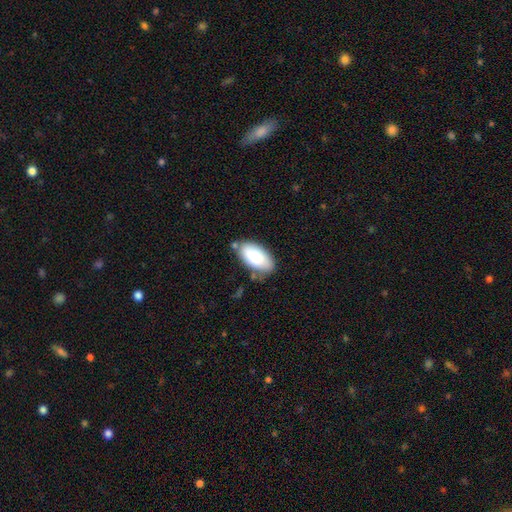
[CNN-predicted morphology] Smooth or featured: smooth — 86% (featured or disk — 8%)
How rounded: in between — 95% (cigar-shaped — 3%)
Merging: none — 68% (minor disturbance — 21%)